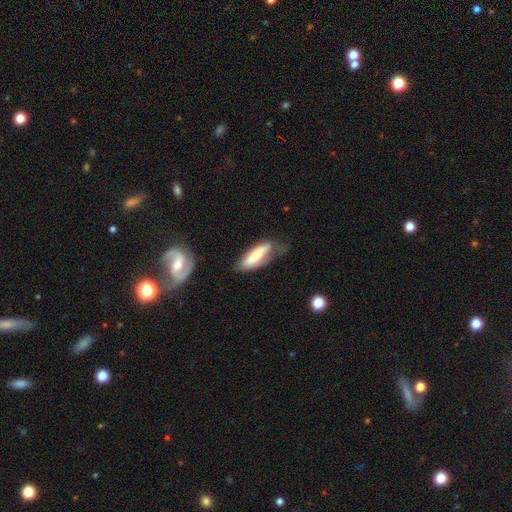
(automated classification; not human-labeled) Overall: smooth (69%). How rounded: in between (53%; cigar-shaped 45%). Merging: none (42%; minor disturbance 33%).